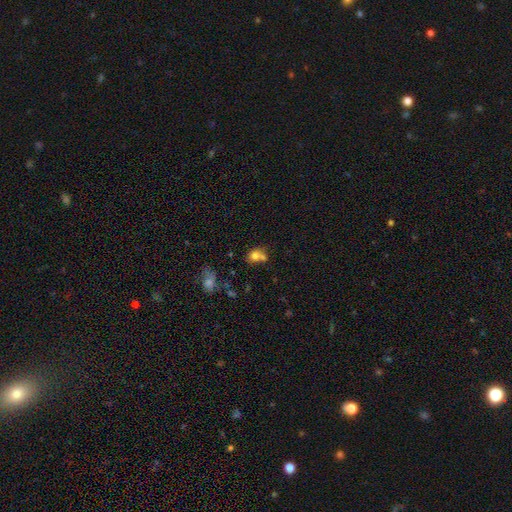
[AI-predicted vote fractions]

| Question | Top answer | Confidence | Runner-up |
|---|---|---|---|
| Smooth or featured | smooth | 74% | featured or disk (13%) |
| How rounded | round | 60% | in between (39%) |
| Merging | merger | 46% | none (36%) |